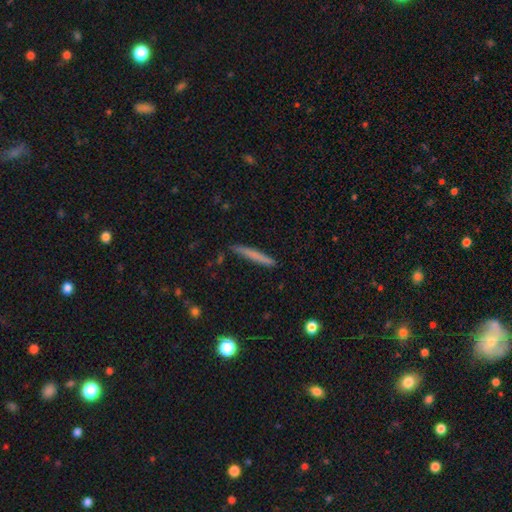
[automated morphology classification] A smooth galaxy with no disk features (70%) that is cigar-shaped (96%). Merging: none (86%).